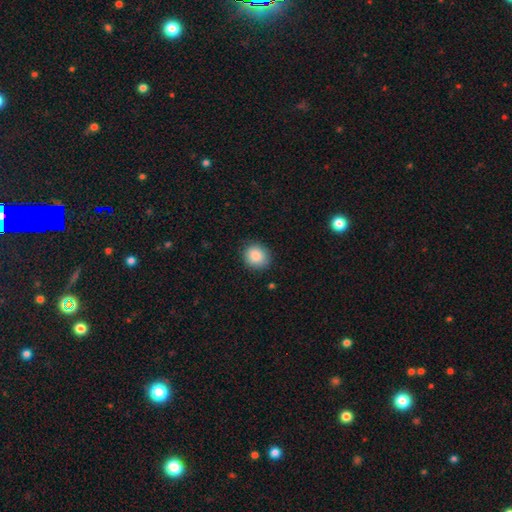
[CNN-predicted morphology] The model was most divided on "how rounded": round: 75%, in between: 24%, cigar-shaped: 1%. More confident: smooth or featured — smooth (88%); merging — none (86%).